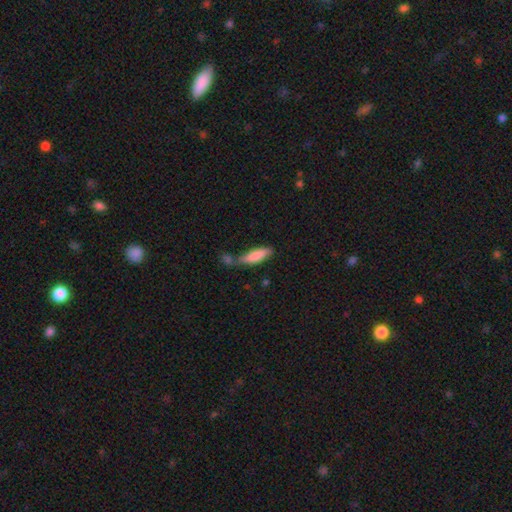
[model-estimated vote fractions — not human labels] Smooth or featured? Predicted: smooth (p=0.80). How rounded? Predicted: cigar-shaped (p=0.57). Merging? Predicted: none (p=0.43).